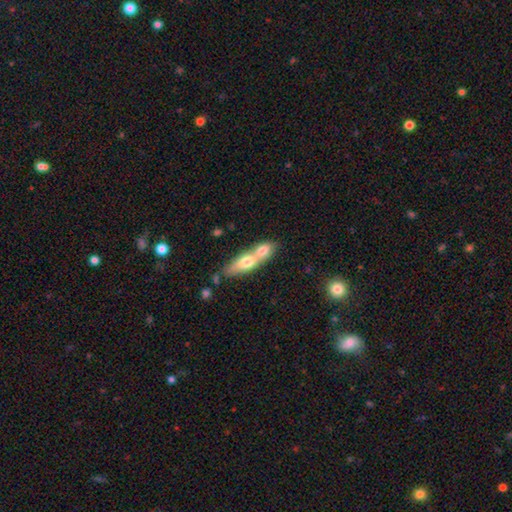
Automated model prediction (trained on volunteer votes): Smooth or featured: smooth — 54% (featured or disk — 38%)
How rounded: cigar-shaped — 56% (in between — 38%)
Merging: merger — 52% (none — 35%)